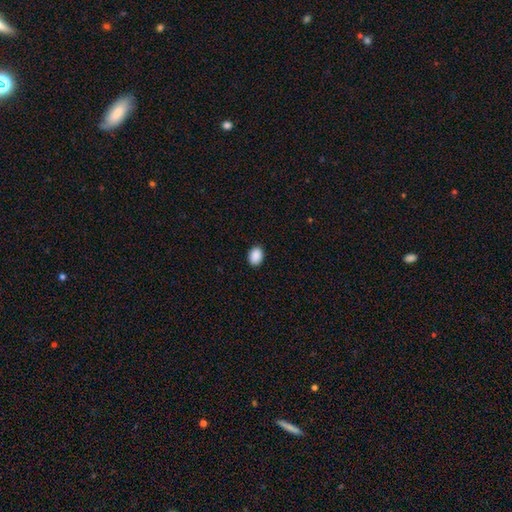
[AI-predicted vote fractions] Smooth or featured? smooth (91%)
How rounded? in between (76%)
Merging? none (90%)